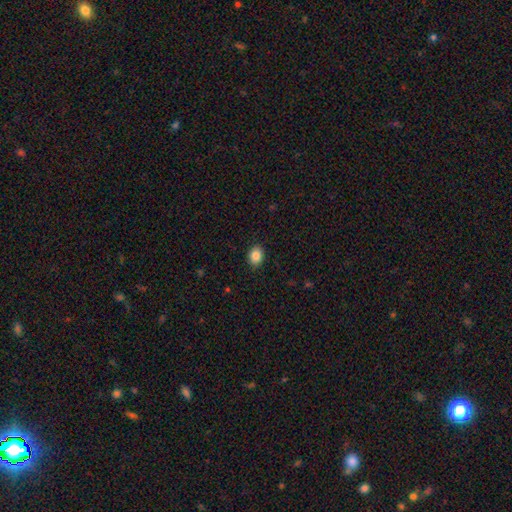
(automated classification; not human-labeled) Smooth or featured? Predicted: smooth (p=0.87). How rounded? Predicted: in between (p=0.61). Merging? Predicted: none (p=0.89).